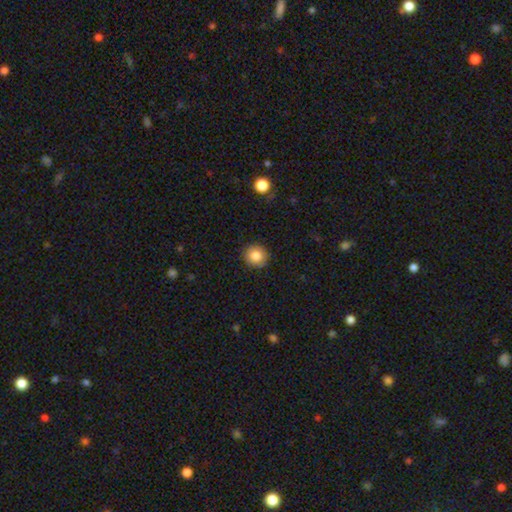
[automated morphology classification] The model was most divided on "smooth or featured": smooth: 84%, star or artifact: 10%, featured or disk: 6%. More confident: how rounded — round (91%); merging — none (91%).